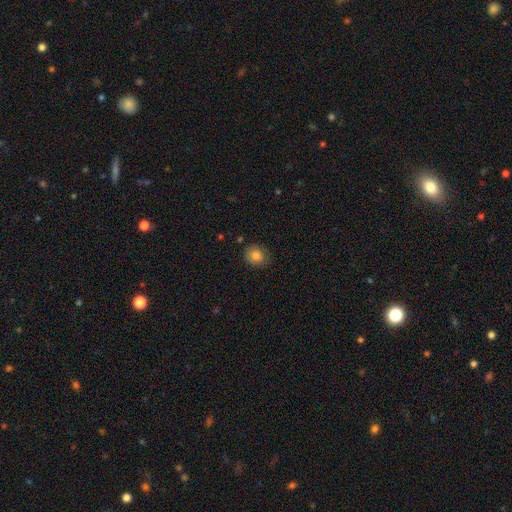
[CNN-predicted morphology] The model was most divided on "how rounded": round: 72%, in between: 27%, cigar-shaped: 1%. More confident: smooth or featured — smooth (82%); merging — none (81%).